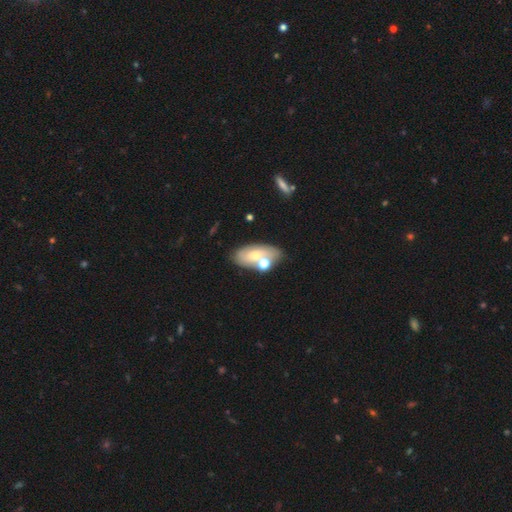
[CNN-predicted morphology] Smooth or featured? smooth (53%)
How rounded? in between (88%)
Merging? none (53%)